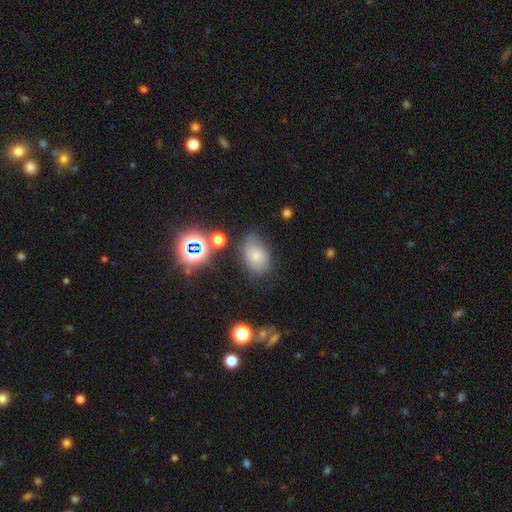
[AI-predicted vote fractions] Overall: smooth (66%). How rounded: in between (80%). Merging: none (60%; minor disturbance 26%).